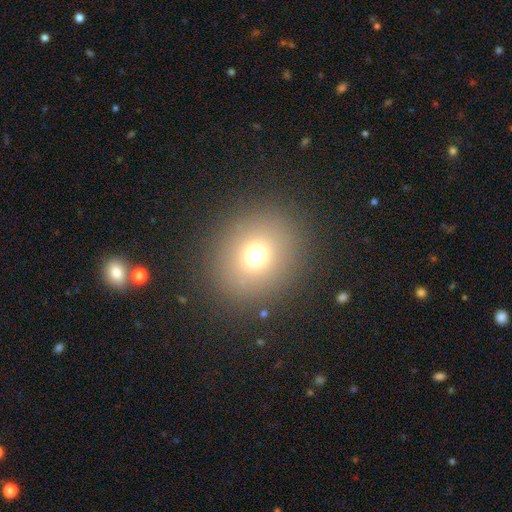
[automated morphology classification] Overall: smooth (71%). How rounded: round (82%). Merging: none (88%).